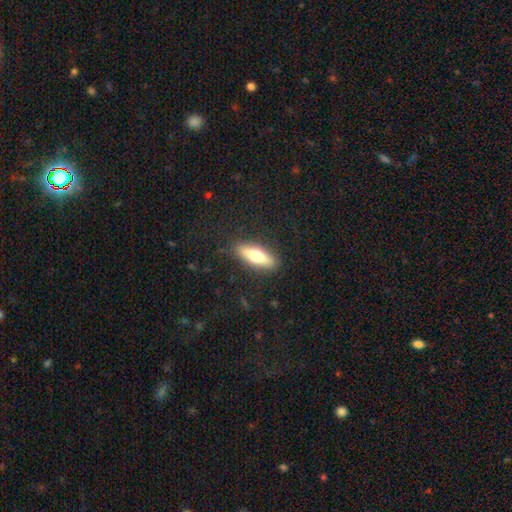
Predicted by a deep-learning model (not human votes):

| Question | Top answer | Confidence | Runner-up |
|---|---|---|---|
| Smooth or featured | smooth | 63% | featured or disk (31%) |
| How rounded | in between | 49% | cigar-shaped (48%) |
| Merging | none | 88% | minor disturbance (9%) |